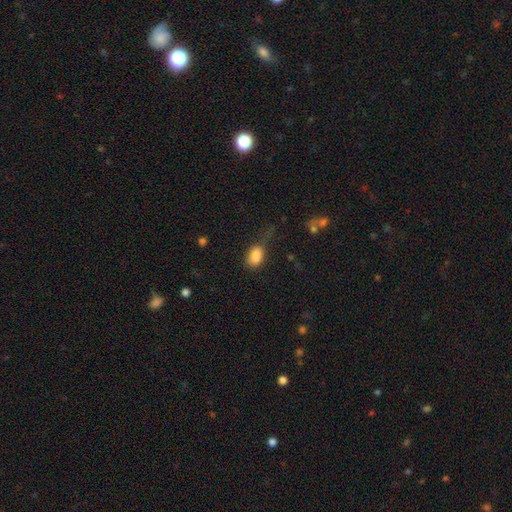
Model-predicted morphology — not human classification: smooth_or_featured: smooth (p=0.83) [alt: star or artifact p=0.09]
how_rounded: in between (p=0.85) [alt: round p=0.12]
merging: none (p=0.41) [alt: minor disturbance p=0.32]